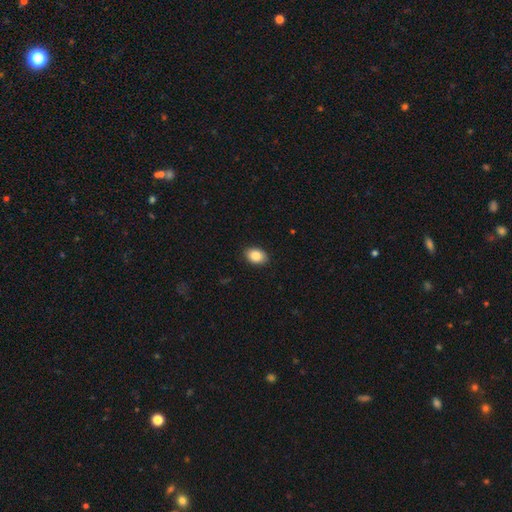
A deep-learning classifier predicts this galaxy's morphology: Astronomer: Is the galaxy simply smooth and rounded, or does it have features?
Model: smooth — 88%.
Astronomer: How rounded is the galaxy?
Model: in between — 80%.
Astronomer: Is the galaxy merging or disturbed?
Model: none — 88%.